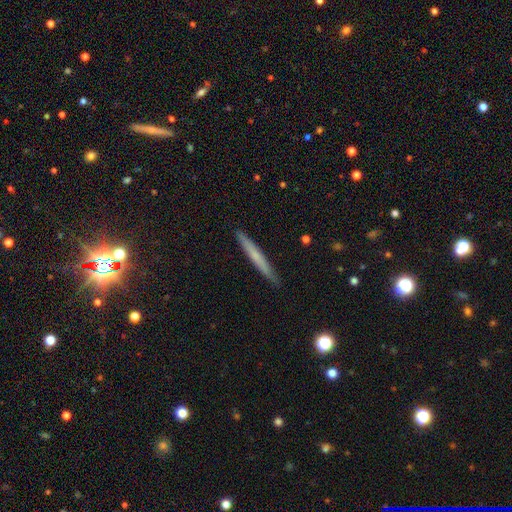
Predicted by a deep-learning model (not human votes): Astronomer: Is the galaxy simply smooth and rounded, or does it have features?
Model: smooth — 56% (runner-up: featured or disk, 37%).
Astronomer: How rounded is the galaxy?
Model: cigar-shaped — 97%.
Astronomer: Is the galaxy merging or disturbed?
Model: none — 91%.